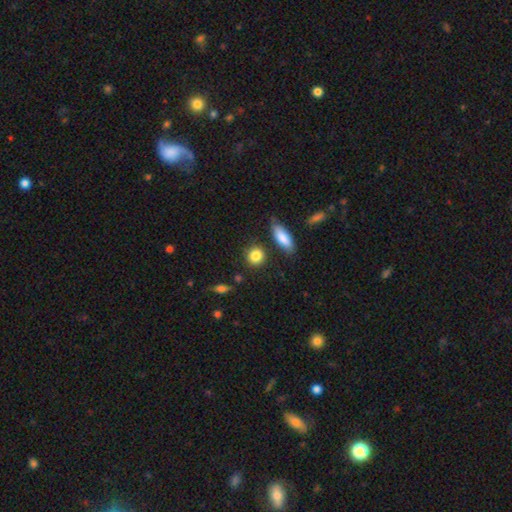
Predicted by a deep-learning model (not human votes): Q: Smooth or featured?
A: smooth (85%); runner-up: star or artifact (8%)
Q: How rounded?
A: round (79%); runner-up: in between (18%)
Q: Merging?
A: none (82%); runner-up: minor disturbance (11%)